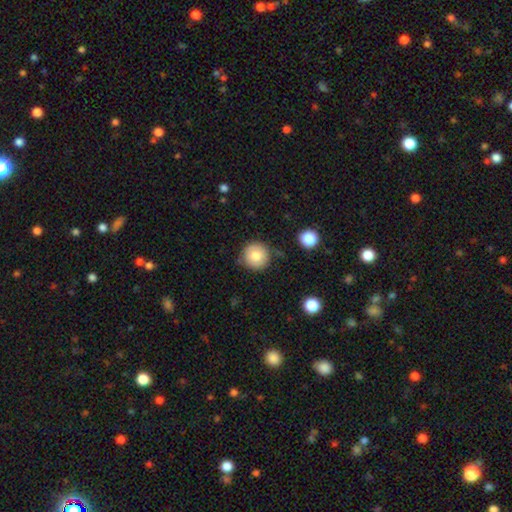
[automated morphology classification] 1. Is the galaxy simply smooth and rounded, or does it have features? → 78% smooth, 13% featured or disk, 9% star or artifact.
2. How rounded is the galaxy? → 95% round, 4% in between, 1% cigar-shaped.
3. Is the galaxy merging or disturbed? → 82% none, 12% minor disturbance, 3% major disturbance, 3% merger.